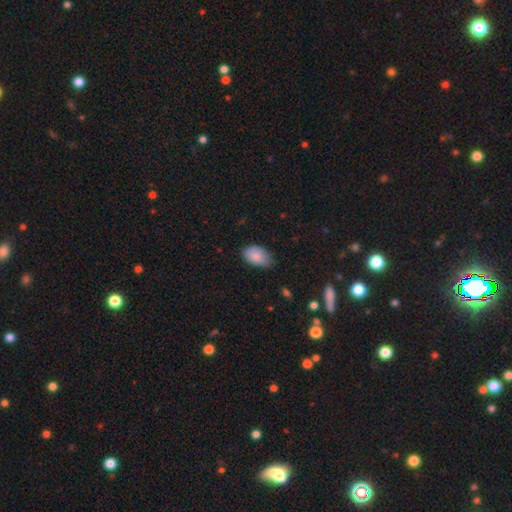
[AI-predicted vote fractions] Smooth or featured? smooth (86%)
How rounded? in between (92%)
Merging? none (64%)